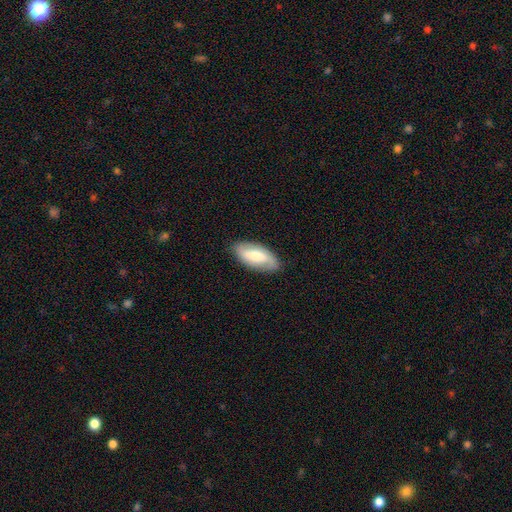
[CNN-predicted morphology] smooth-or-featured: smooth: 53% | featured or disk: 41% | star or artifact: 6%
  how-rounded: in between: 90% | cigar-shaped: 8% | round: 2%
  merging: none: 83% | minor disturbance: 13% | major disturbance: 3% | merger: 1%